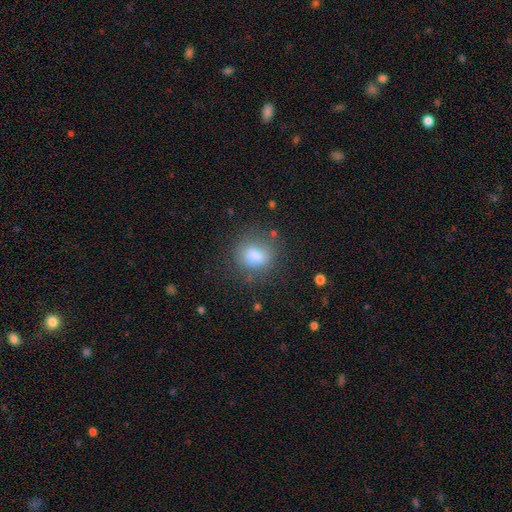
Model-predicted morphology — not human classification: smooth_or_featured: smooth (p=0.77) [alt: featured or disk p=0.13]
how_rounded: round (p=0.62) [alt: in between p=0.37]
merging: none (p=0.71) [alt: minor disturbance p=0.18]